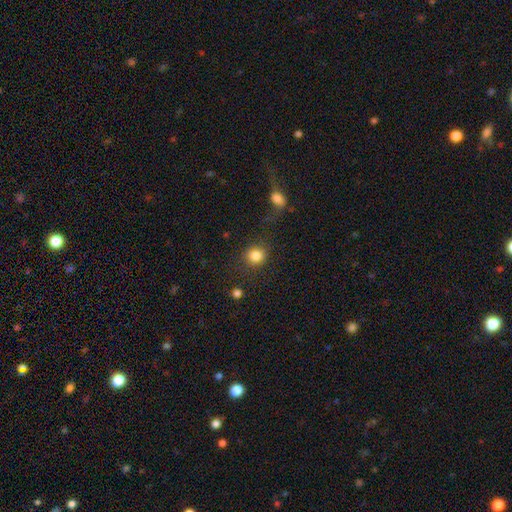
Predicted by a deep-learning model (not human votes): Smooth or featured?
  - smooth: 85% *
  - star or artifact: 10%
  - featured or disk: 5%
How rounded?
  - round: 83% *
  - in between: 16%
  - cigar-shaped: 1%
Merging?
  - none: 81% *
  - minor disturbance: 10%
  - major disturbance: 5%
  - merger: 4%